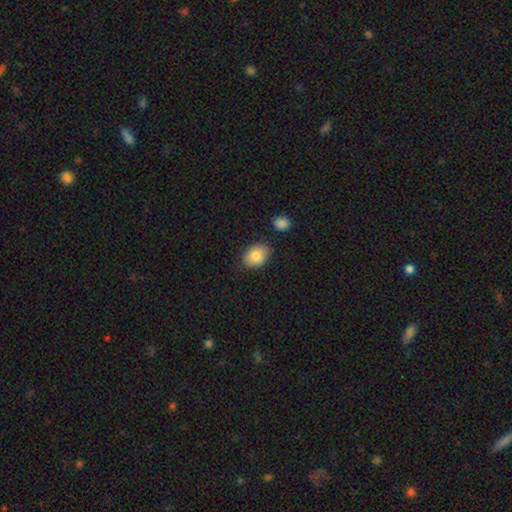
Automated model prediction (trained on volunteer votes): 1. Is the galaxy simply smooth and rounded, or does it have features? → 82% smooth, 10% featured or disk, 8% star or artifact.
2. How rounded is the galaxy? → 71% in between, 28% round, 1% cigar-shaped.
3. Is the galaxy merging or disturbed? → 82% none, 13% minor disturbance, 3% merger, 3% major disturbance.